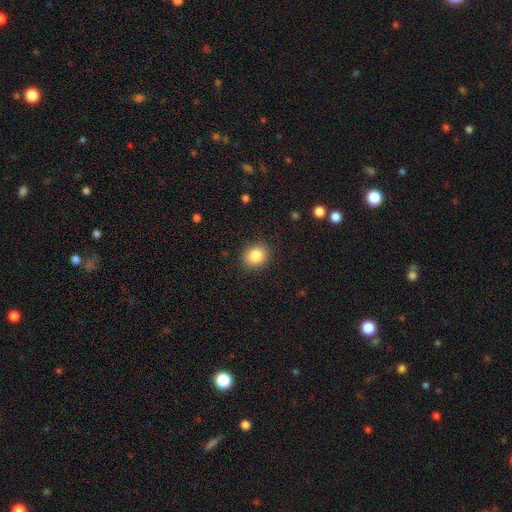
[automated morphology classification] Q: Smooth or featured?
A: smooth (85%); runner-up: star or artifact (10%)
Q: How rounded?
A: round (74%); runner-up: in between (25%)
Q: Merging?
A: none (89%); runner-up: minor disturbance (7%)